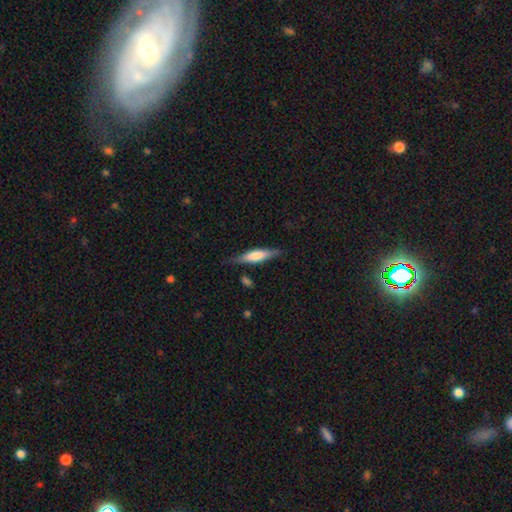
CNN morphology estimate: smooth_or_featured: smooth (p=0.60) [alt: featured or disk p=0.34]
how_rounded: cigar-shaped (p=0.75) [alt: in between p=0.23]
merging: none (p=0.78) [alt: minor disturbance p=0.17]